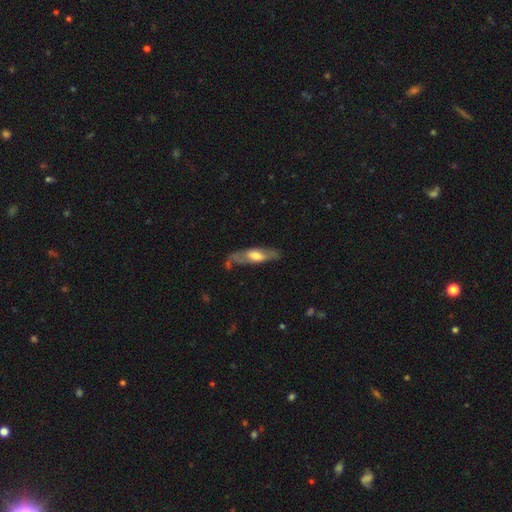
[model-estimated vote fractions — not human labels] Overall: featured or disk (53%; smooth 41%). Edge-on disk: no (54%; yes 46%). Merging: none (59%; minor disturbance 23%).